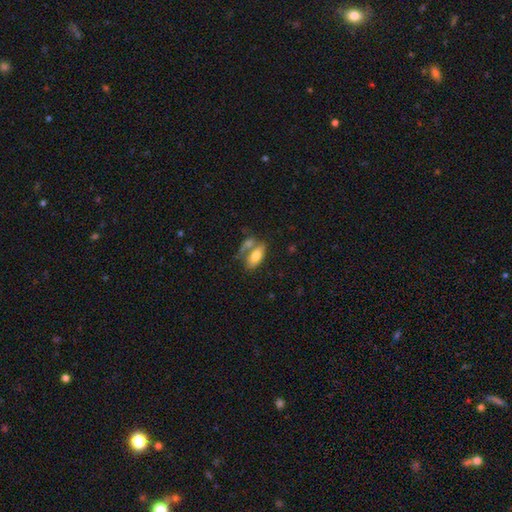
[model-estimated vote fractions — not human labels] Smooth or featured?
  - smooth: 70% *
  - featured or disk: 23%
  - star or artifact: 7%
How rounded?
  - in between: 80% *
  - cigar-shaped: 17%
  - round: 3%
Merging?
  - none: 46% *
  - merger: 35%
  - minor disturbance: 13%
  - major disturbance: 6%